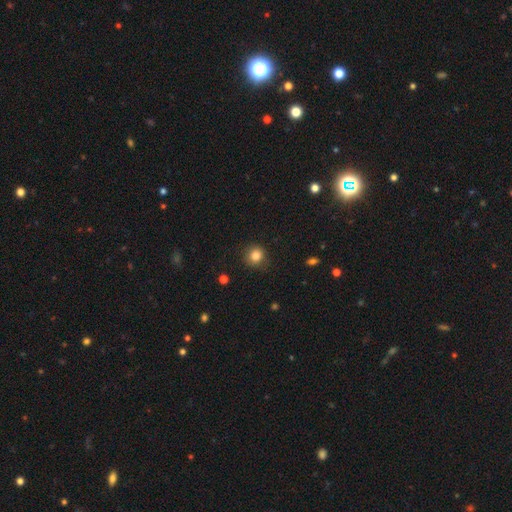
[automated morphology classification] Smooth or featured: smooth — 84% (star or artifact — 11%)
How rounded: round — 90% (in between — 9%)
Merging: none — 86% (minor disturbance — 10%)